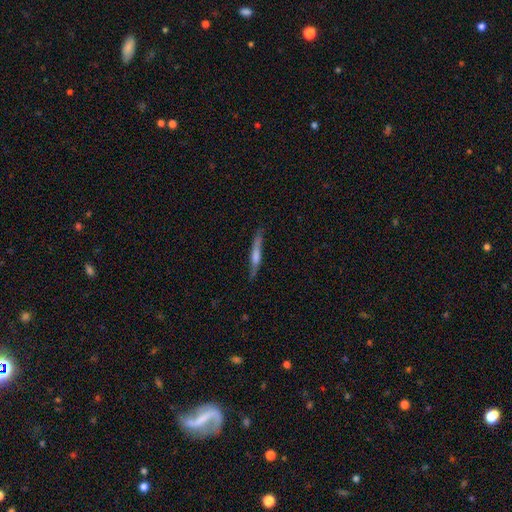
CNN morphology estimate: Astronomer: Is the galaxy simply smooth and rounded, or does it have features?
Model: featured or disk — 64%.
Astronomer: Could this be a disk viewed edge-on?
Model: yes — 90%.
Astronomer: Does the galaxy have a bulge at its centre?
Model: rounded — 63%.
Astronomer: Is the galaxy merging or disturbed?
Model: none — 77%.